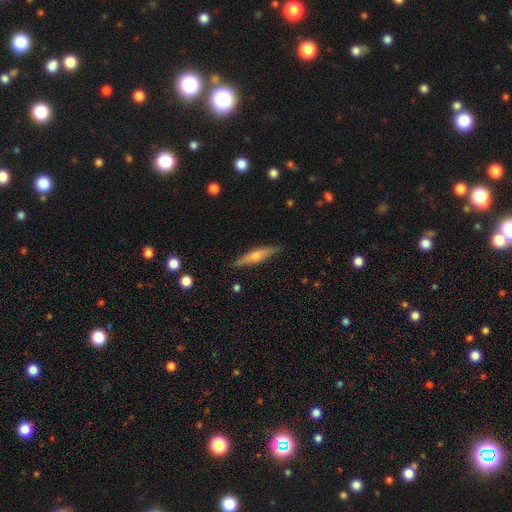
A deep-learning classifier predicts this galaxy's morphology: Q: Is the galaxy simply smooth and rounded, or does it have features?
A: featured or disk — 47%, tied with smooth.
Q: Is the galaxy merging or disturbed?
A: none — 86%.